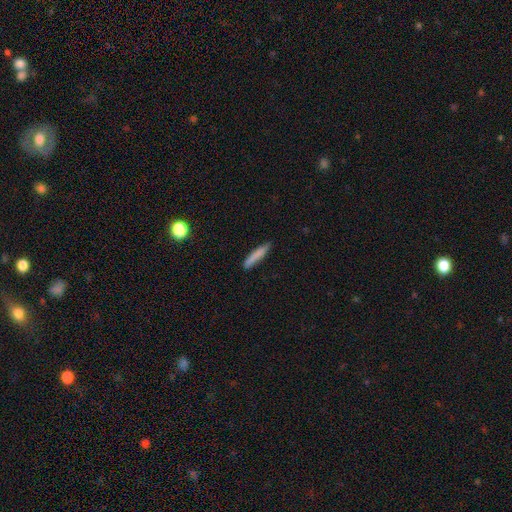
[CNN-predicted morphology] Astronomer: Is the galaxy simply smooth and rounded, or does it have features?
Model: smooth — 80%.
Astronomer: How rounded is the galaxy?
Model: cigar-shaped — 91%.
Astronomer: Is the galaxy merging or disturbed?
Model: none — 82%.